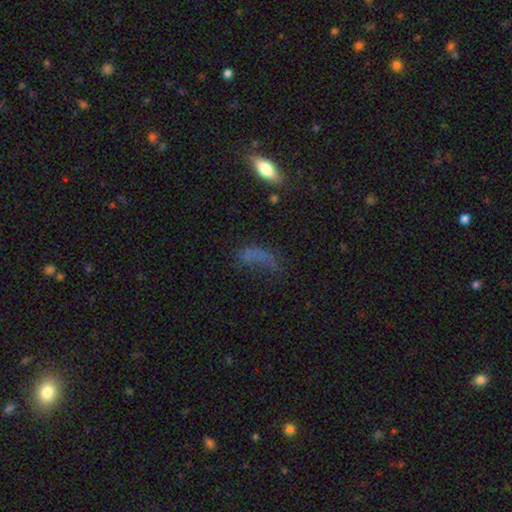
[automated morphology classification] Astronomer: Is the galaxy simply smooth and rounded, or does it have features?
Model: smooth — 55%.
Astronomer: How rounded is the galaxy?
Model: in between — 63%.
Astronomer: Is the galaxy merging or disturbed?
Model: major disturbance — 38% (runner-up: none, 36%).